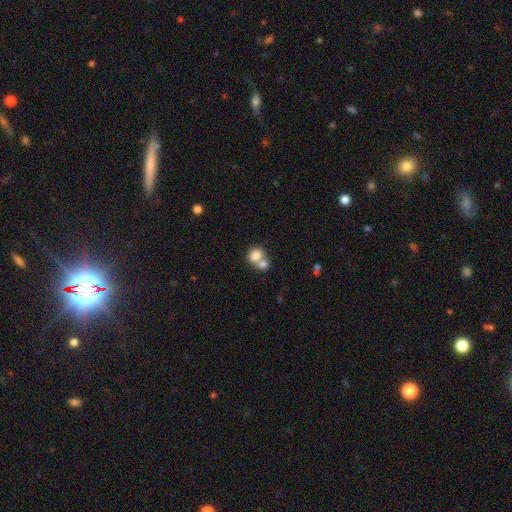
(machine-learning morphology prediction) smooth-or-featured: smooth: 80% | featured or disk: 11% | star or artifact: 9%
  how-rounded: round: 66% | in between: 33% | cigar-shaped: 1%
  merging: merger: 59% | none: 32% | minor disturbance: 7% | major disturbance: 3%